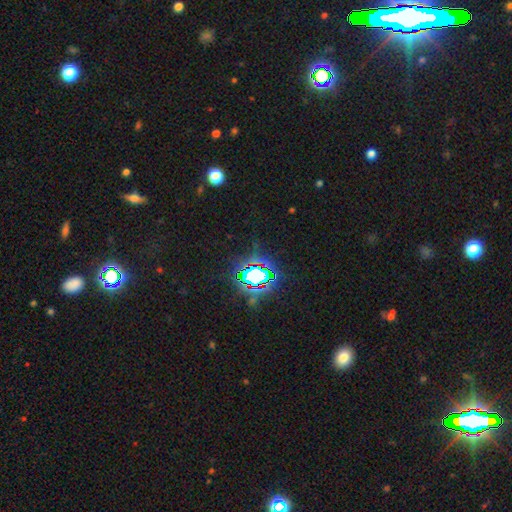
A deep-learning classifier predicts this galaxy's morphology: Overall: star or artifact (82%).